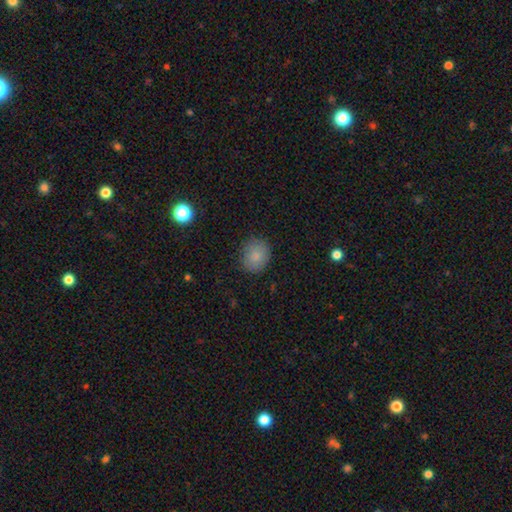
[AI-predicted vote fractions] Q: Smooth or featured?
A: smooth (85%); runner-up: star or artifact (9%)
Q: How rounded?
A: round (65%); runner-up: in between (34%)
Q: Merging?
A: none (84%); runner-up: minor disturbance (12%)